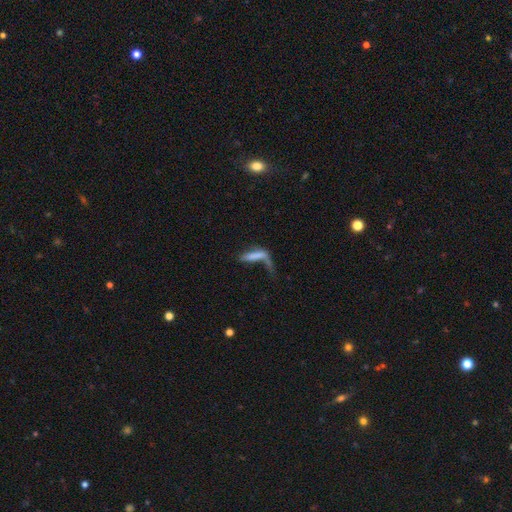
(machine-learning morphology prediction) Smooth or featured? Predicted: smooth (p=0.62). How rounded? Predicted: cigar-shaped (p=0.71). Merging? Predicted: major disturbance (p=0.39).